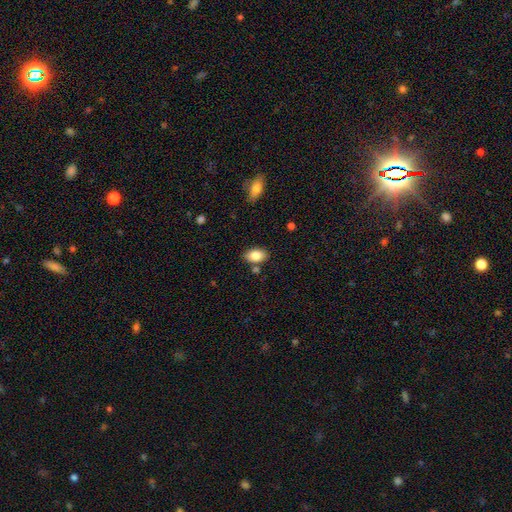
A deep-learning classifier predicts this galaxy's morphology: Smooth or featured: smooth — 84% (featured or disk — 9%)
How rounded: in between — 90% (round — 9%)
Merging: none — 79% (minor disturbance — 11%)